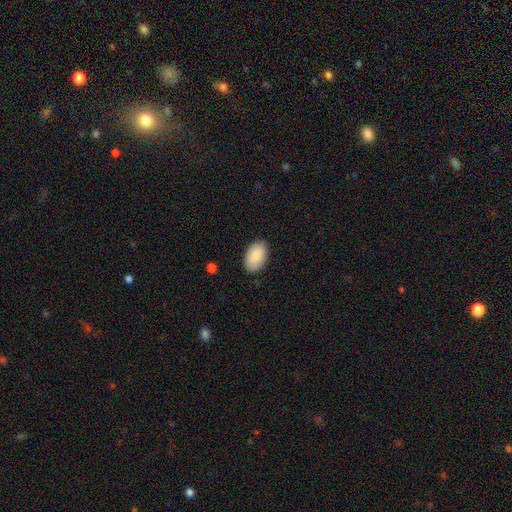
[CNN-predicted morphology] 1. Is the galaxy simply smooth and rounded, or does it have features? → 87% smooth, 7% featured or disk, 6% star or artifact.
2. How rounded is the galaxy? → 94% in between, 5% round, 1% cigar-shaped.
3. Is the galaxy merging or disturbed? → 86% none, 11% minor disturbance, 2% major disturbance, 1% merger.